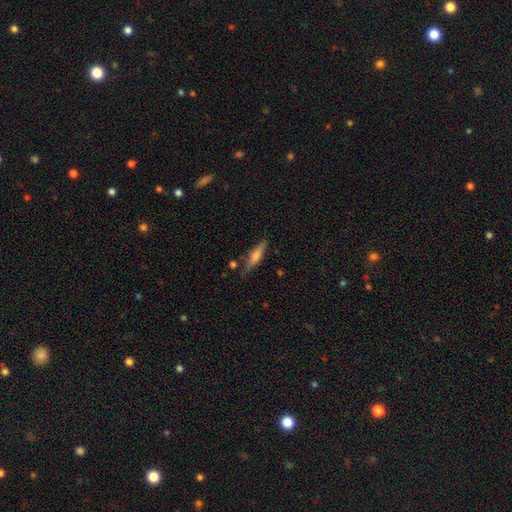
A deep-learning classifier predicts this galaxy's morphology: Q: Smooth or featured?
A: featured or disk (52%); runner-up: smooth (41%)
Q: Edge-on disk?
A: yes (94%); runner-up: no (6%)
Q: Merging?
A: none (79%); runner-up: minor disturbance (14%)